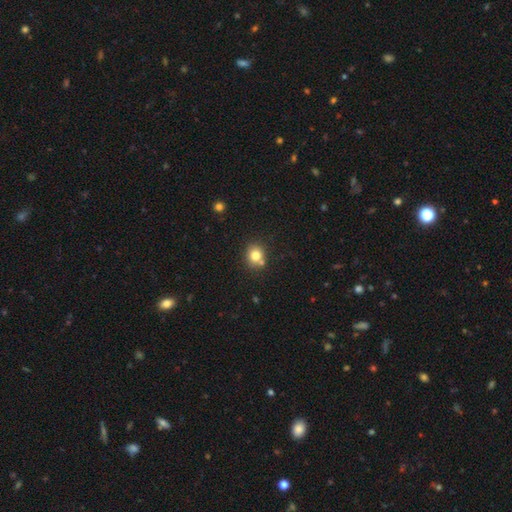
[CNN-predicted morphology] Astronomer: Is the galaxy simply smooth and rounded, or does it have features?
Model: smooth — 78%.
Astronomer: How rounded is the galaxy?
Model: round — 80%.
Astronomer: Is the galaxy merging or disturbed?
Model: none — 71%.